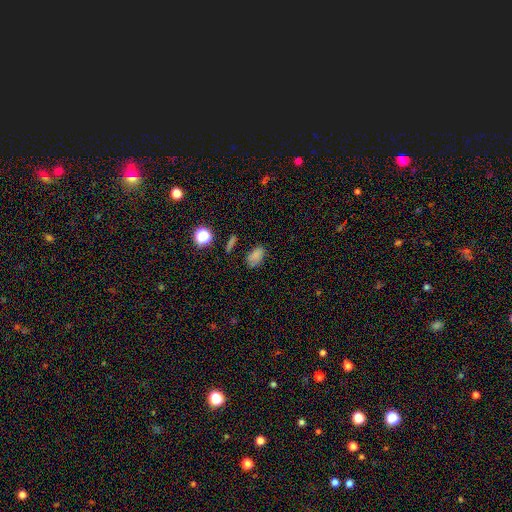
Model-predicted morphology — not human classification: Smooth or featured? Predicted: smooth (p=0.75). How rounded? Predicted: in between (p=0.87). Merging? Predicted: none (p=0.71).